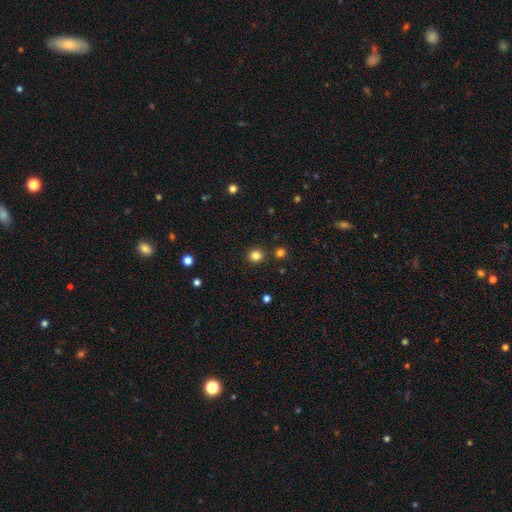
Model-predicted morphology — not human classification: This appears to be a smooth galaxy with no disk features (82%) that is round (92%). Merging: none (90%).